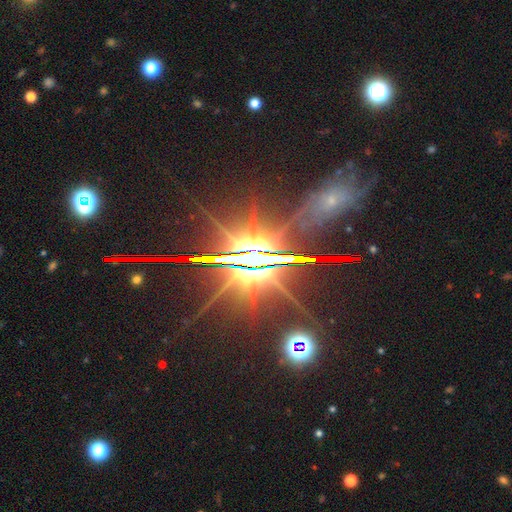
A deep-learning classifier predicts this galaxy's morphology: Smooth or featured? star or artifact (78%)